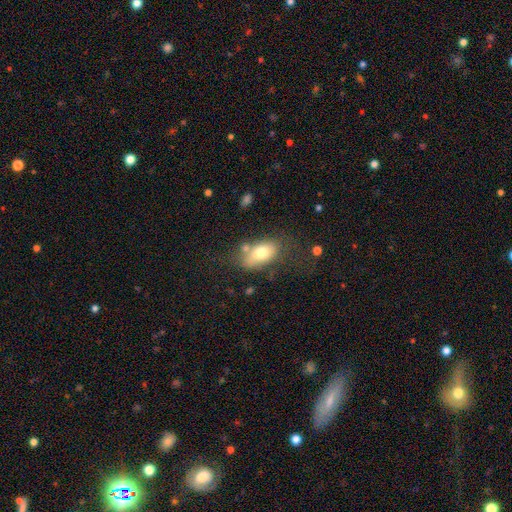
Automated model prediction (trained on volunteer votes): Smooth or featured? Predicted: smooth (p=0.71). How rounded? Predicted: in between (p=0.89). Merging? Predicted: none (p=0.54).